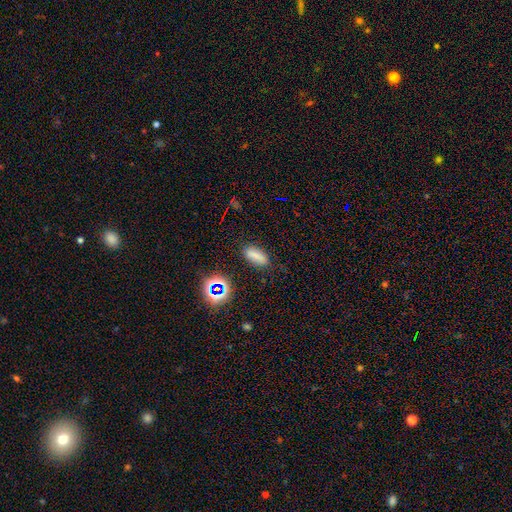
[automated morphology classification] smooth_or_featured: smooth (p=0.76) [alt: star or artifact p=0.16]
how_rounded: in between (p=0.69) [alt: cigar-shaped p=0.26]
merging: none (p=0.82) [alt: minor disturbance p=0.12]